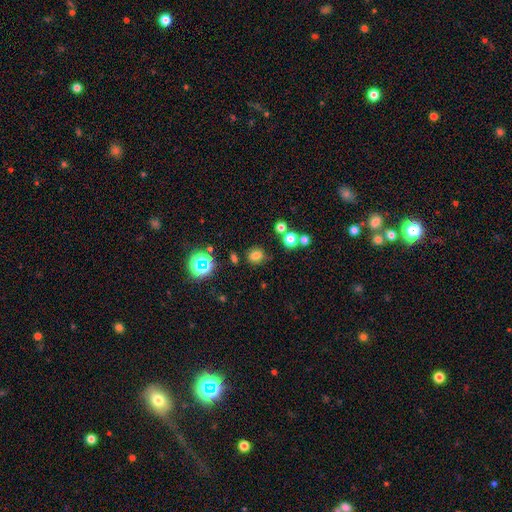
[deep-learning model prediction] This is likely a smooth galaxy (72%). How rounded: likely round (75%). Merging: likely none (76%).